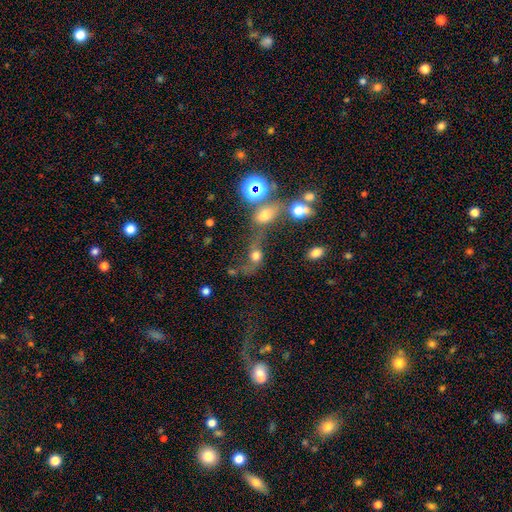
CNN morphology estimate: This is possibly a smooth galaxy (58%). How rounded: possibly round (53%). Merging: marginally merger (42%).